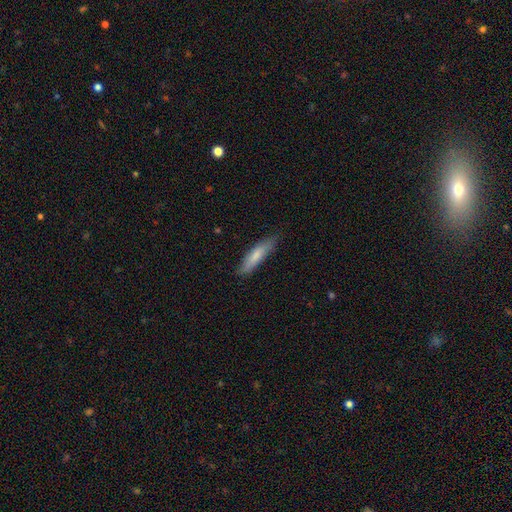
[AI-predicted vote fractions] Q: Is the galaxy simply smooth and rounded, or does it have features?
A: smooth — 74%.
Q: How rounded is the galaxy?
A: cigar-shaped — 75%.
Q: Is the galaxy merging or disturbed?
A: none — 79%.